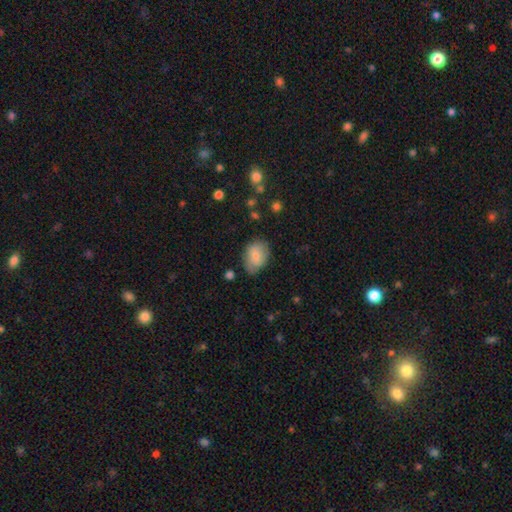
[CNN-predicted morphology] Smooth or featured: smooth — 78% (featured or disk — 15%)
How rounded: in between — 78% (round — 21%)
Merging: none — 68% (minor disturbance — 25%)